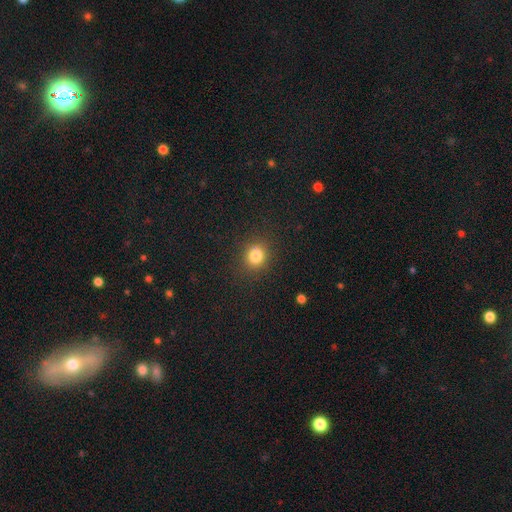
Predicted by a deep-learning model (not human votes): A smooth galaxy with no disk features (82%) that is round (78%).

Vote fractions:
- Smooth or featured? smooth: 82% / star or artifact: 13% / featured or disk: 5%
- How rounded? round: 78% / in between: 21% / cigar-shaped: 1%
- Merging? none: 88% / minor disturbance: 8% / major disturbance: 3% / merger: 1%